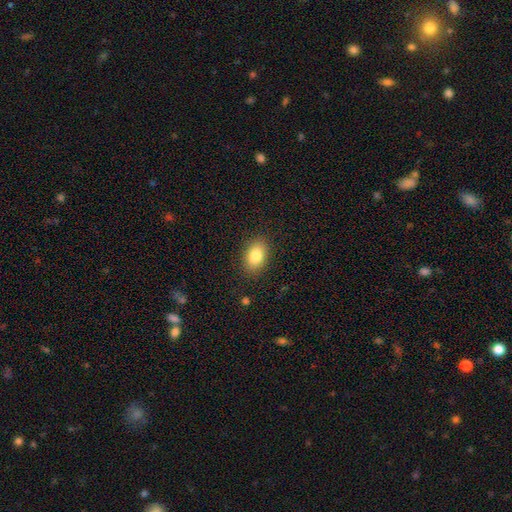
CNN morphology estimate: A smooth galaxy with no disk features (84%) that is in between round and cigar-shaped (86%). Merging: none (87%).